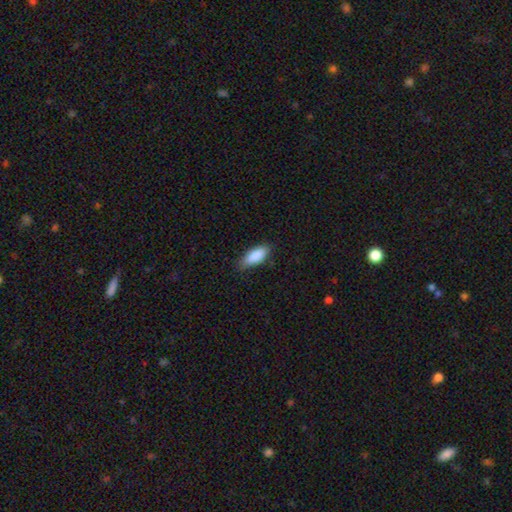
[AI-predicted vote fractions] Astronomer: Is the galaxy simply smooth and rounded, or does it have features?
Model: smooth — 88%.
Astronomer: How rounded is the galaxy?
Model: in between — 77%.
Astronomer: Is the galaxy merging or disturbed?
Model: none — 76%.